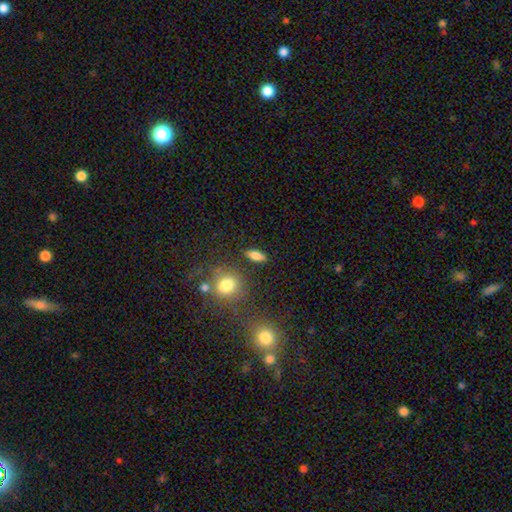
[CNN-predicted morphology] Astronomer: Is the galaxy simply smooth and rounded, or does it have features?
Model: smooth — 81%.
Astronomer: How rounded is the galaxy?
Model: in between — 72%.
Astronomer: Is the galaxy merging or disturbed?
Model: none — 83%.